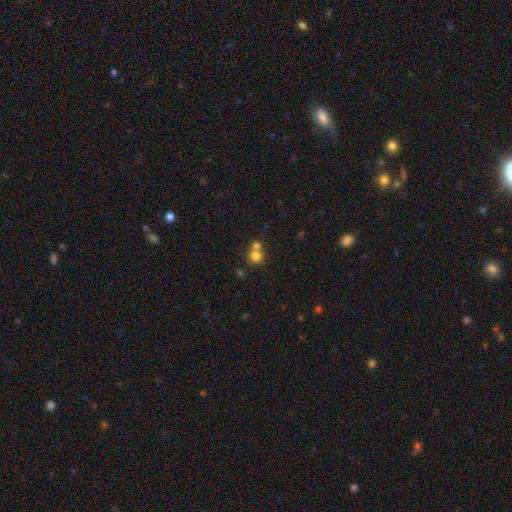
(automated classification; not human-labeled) A smooth galaxy with no disk features (77%) that is round (87%). Merging: merger (49%).